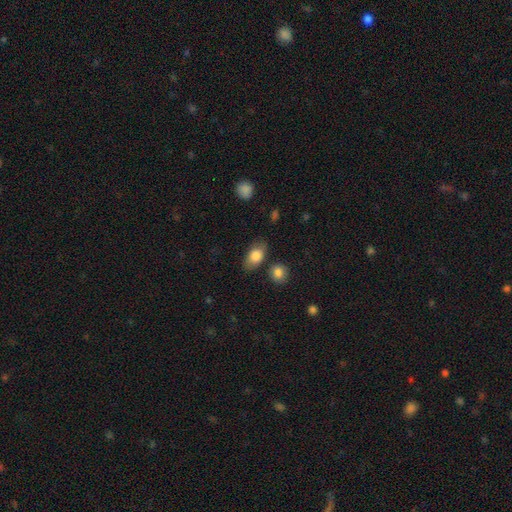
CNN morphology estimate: Overall: smooth (80%). How rounded: in between (85%). Merging: none (75%).